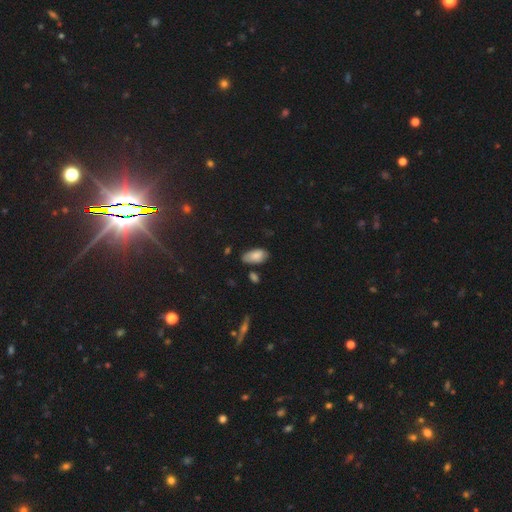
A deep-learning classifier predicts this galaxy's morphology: Smooth or featured? Predicted: smooth (p=0.83). How rounded? Predicted: in between (p=0.94). Merging? Predicted: none (p=0.69).